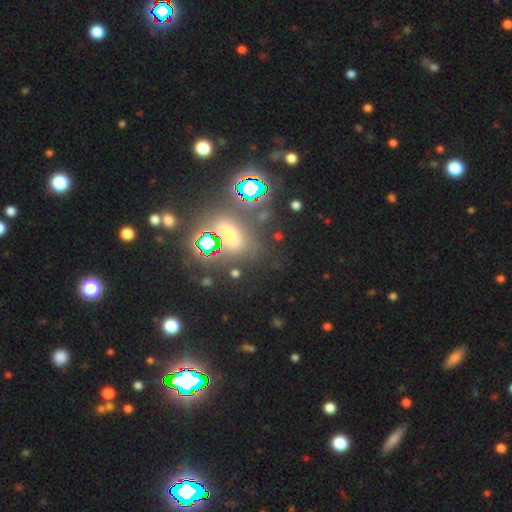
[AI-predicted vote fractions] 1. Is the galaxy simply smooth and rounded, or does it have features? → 55% star or artifact, 32% smooth, 14% featured or disk.